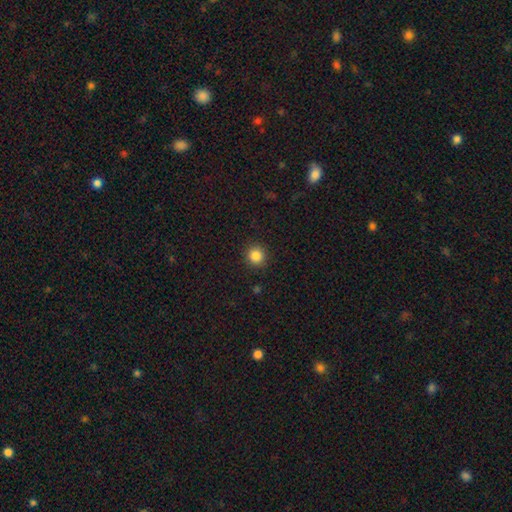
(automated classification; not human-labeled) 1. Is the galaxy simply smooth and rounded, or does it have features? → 86% smooth, 11% star or artifact, 4% featured or disk.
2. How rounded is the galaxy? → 93% round, 6% in between, 1% cigar-shaped.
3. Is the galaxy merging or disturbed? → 91% none, 6% minor disturbance, 2% major disturbance, 1% merger.